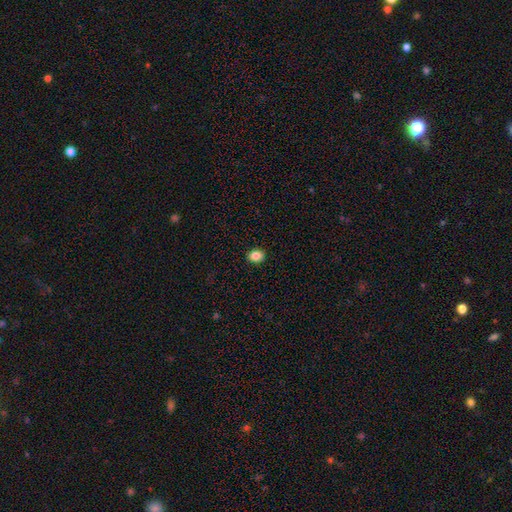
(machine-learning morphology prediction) Smooth or featured? smooth (86%)
How rounded? in between (52%)
Merging? none (91%)